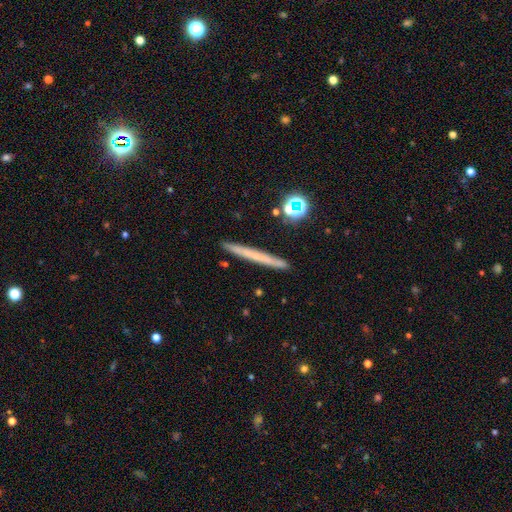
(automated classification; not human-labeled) Morphology: type=smooth (50%); merging=none (91%).